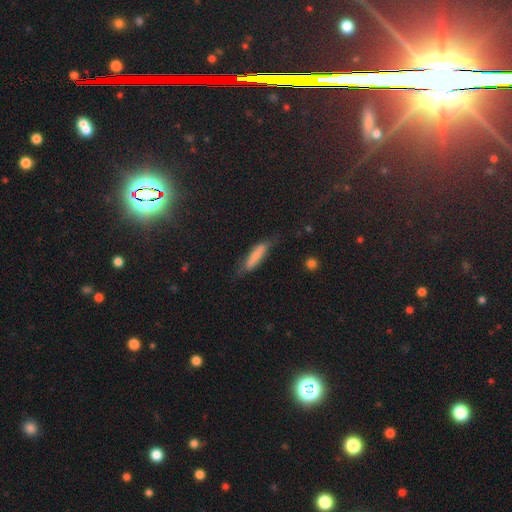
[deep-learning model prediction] A smooth galaxy with no disk features (72%) that is cigar-shaped (73%).

Vote fractions:
- Smooth or featured? smooth: 72% / featured or disk: 21% / star or artifact: 8%
- How rounded? cigar-shaped: 73% / in between: 24% / round: 2%
- Merging? none: 59% / minor disturbance: 28% / major disturbance: 10% / merger: 3%